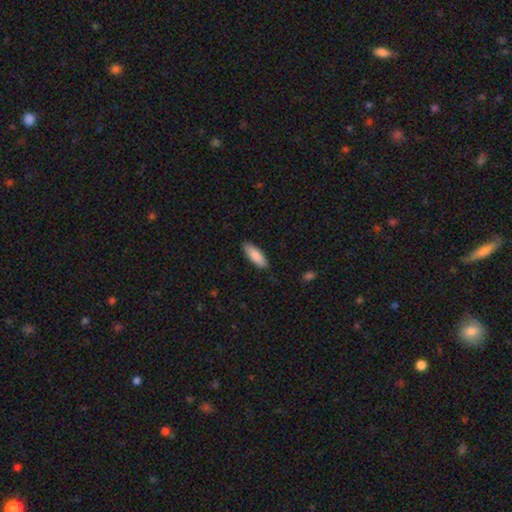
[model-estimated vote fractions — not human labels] This appears to be a smooth galaxy with no disk features (87%) that is in between round and cigar-shaped (66%). Merging: none (86%).